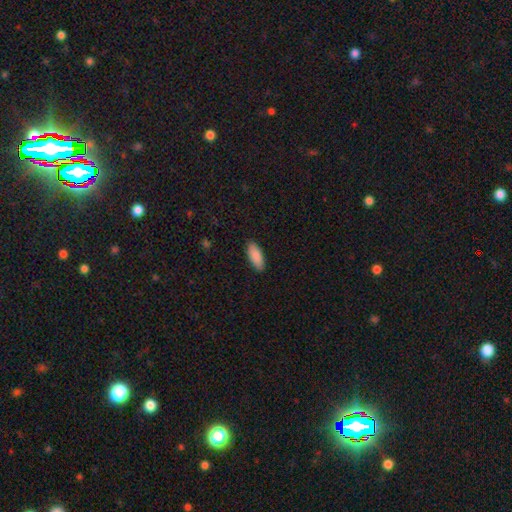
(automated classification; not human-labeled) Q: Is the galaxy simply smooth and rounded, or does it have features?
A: smooth — 89%.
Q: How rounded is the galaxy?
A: in between — 79%.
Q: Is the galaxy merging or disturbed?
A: none — 90%.